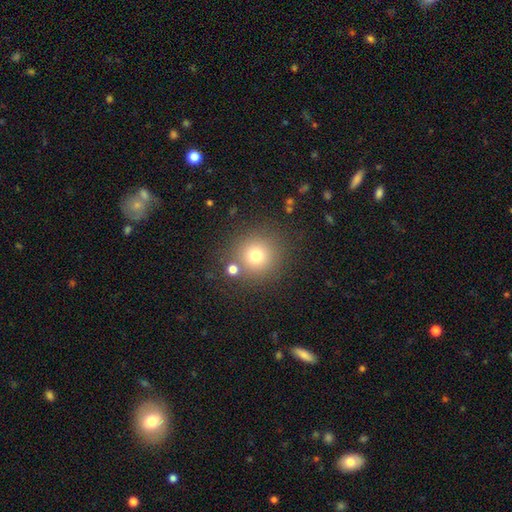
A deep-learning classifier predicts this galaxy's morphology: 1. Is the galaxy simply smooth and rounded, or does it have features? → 74% smooth, 16% star or artifact, 11% featured or disk.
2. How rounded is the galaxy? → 94% round, 5% in between, 1% cigar-shaped.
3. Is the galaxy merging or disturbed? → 79% none, 9% merger, 8% minor disturbance, 4% major disturbance.